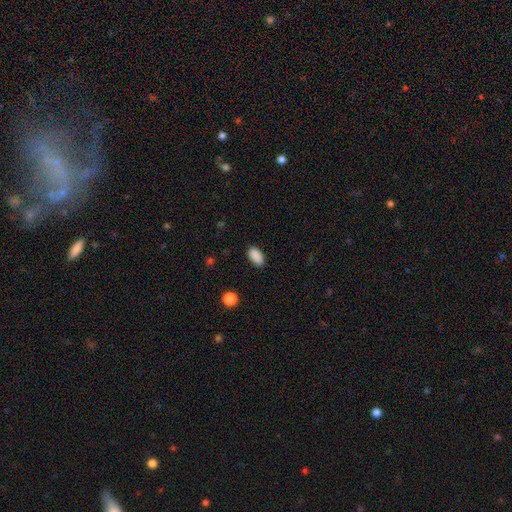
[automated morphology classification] smooth-or-featured: smooth: 89% | star or artifact: 8% | featured or disk: 3%
  how-rounded: in between: 93% | round: 4% | cigar-shaped: 2%
  merging: none: 86% | minor disturbance: 10% | major disturbance: 2% | merger: 1%